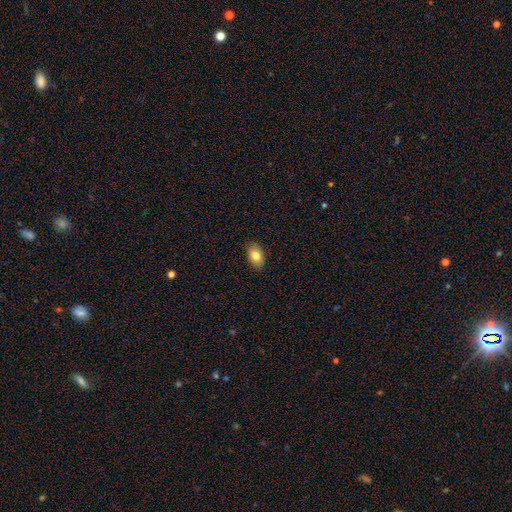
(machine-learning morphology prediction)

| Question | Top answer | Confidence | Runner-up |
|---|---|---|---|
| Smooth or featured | smooth | 83% | featured or disk (9%) |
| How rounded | in between | 86% | round (13%) |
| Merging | none | 88% | minor disturbance (9%) |